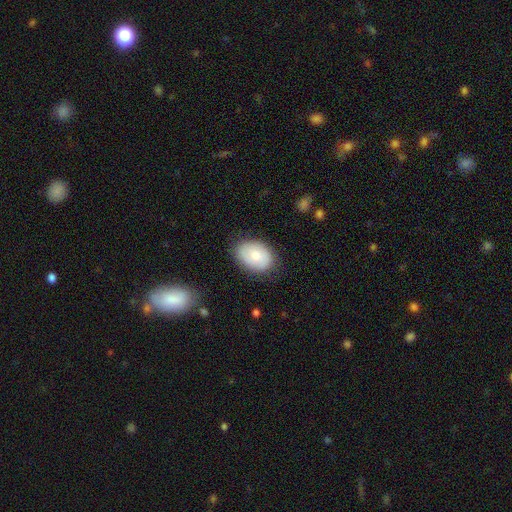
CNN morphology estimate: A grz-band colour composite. It shows a smooth galaxy with no disk features (77%) that is in between round and cigar-shaped (78%). Merging: none (79%).